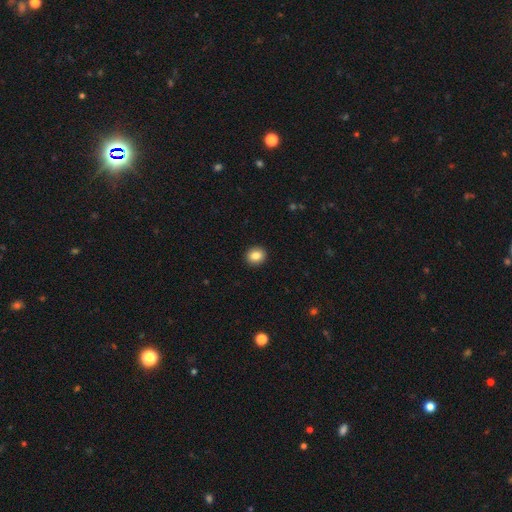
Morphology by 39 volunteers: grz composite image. It shows a smooth galaxy with no disk features (87%) that is round (76%). Merging: none (100%).